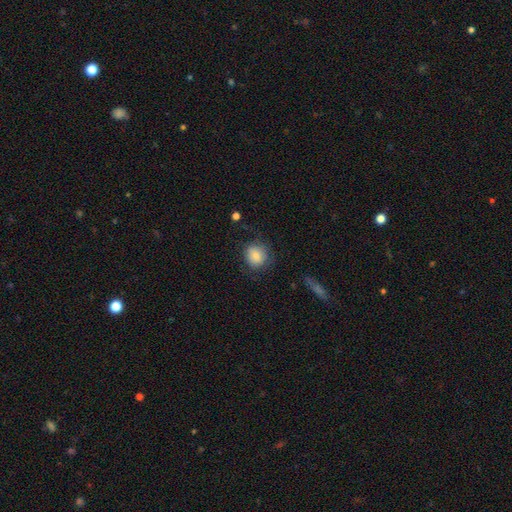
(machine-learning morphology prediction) Smooth or featured: smooth — 78% (featured or disk — 14%)
How rounded: round — 79% (in between — 20%)
Merging: none — 71% (minor disturbance — 19%)